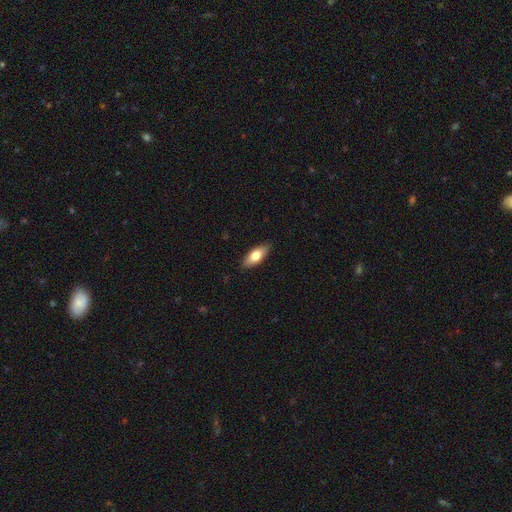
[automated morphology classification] type=smooth (73%); roundness=in between (78%); merging=none (88%).